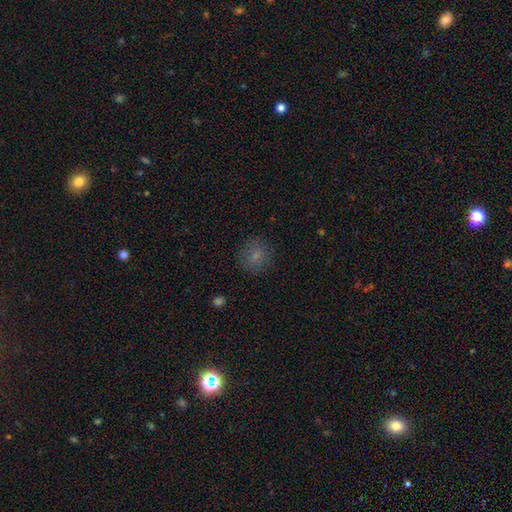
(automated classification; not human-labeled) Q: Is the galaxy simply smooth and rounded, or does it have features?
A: smooth — 77%.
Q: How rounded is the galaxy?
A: round — 86%.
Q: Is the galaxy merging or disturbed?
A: none — 85%.